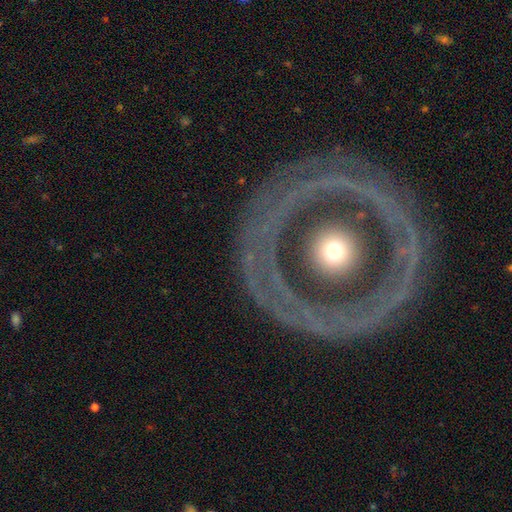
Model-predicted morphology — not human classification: smooth-or-featured: featured or disk: 74% | smooth: 18% | star or artifact: 8%
  disk-edge-on: no: 92% | yes: 8%
    bar: no: 83% | weak: 10% | strong: 8%
    has-spiral-arms: no: 74% | yes: 26%
    bulge-size: moderate: 71% | large: 12% | small: 12% | dominant: 3% | none: 2%
  merging: none: 82% | minor disturbance: 10% | major disturbance: 6% | merger: 2%